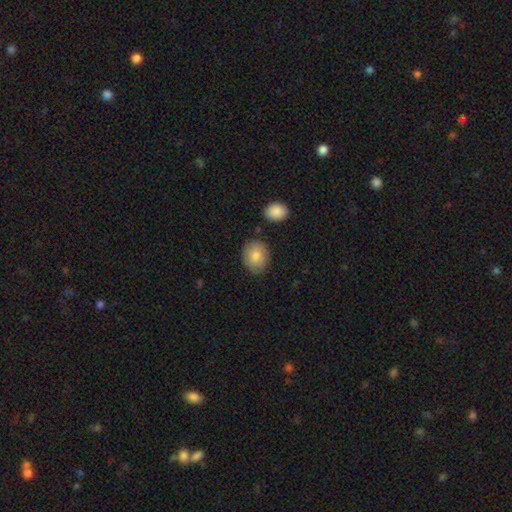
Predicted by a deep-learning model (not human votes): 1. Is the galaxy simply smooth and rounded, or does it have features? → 83% smooth, 9% featured or disk, 8% star or artifact.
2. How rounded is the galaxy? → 50% round, 49% in between, 1% cigar-shaped.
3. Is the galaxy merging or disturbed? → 81% none, 12% minor disturbance, 4% merger, 3% major disturbance.